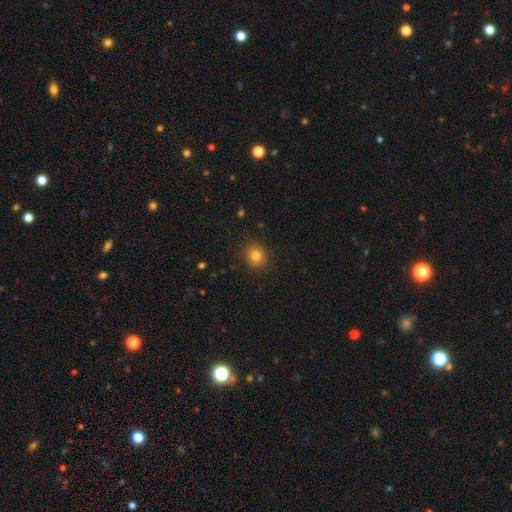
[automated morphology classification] Smooth or featured?
  - smooth: 82% *
  - star or artifact: 12%
  - featured or disk: 6%
How rounded?
  - round: 82% *
  - in between: 17%
  - cigar-shaped: 1%
Merging?
  - none: 90% *
  - minor disturbance: 7%
  - major disturbance: 2%
  - merger: 1%